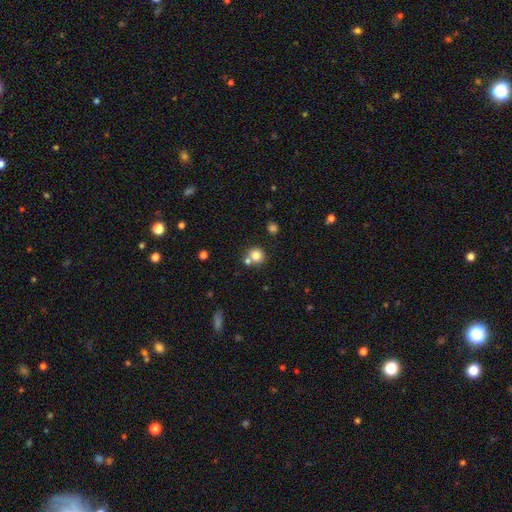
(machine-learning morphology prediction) Overall: smooth (80%). How rounded: round (90%). Merging: none (62%; merger 26%).